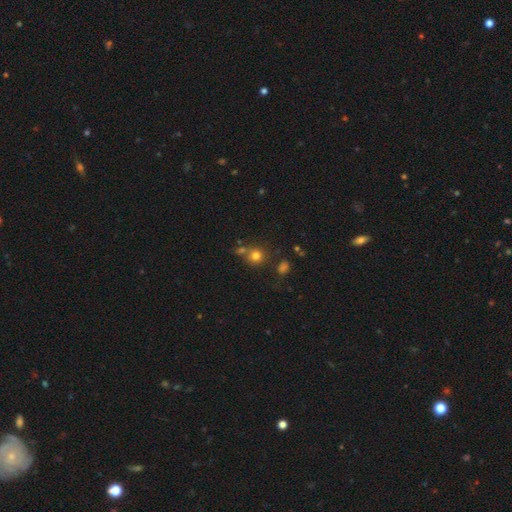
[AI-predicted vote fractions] smooth_or_featured: smooth (p=0.77) [alt: star or artifact p=0.15]
how_rounded: round (p=0.89) [alt: in between p=0.10]
merging: none (p=0.67) [alt: merger p=0.18]